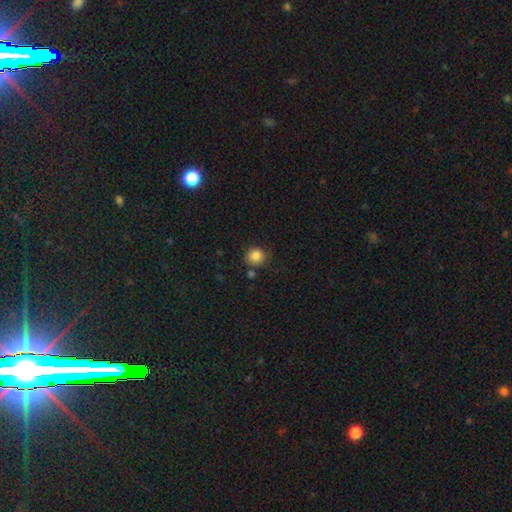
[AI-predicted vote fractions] This appears to be a smooth galaxy with no disk features (85%) that is round (88%). Merging: none (75%).